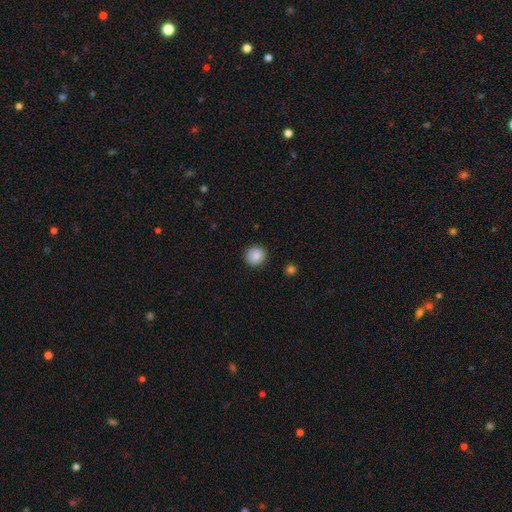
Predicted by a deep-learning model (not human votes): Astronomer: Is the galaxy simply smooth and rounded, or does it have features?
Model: smooth — 86%.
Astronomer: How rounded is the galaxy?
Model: round — 92%.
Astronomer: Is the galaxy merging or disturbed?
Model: none — 91%.